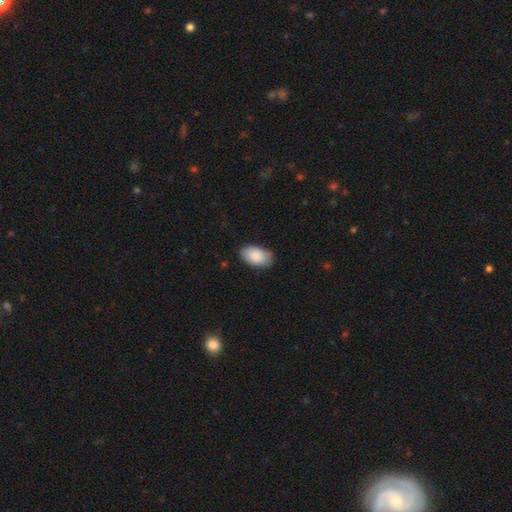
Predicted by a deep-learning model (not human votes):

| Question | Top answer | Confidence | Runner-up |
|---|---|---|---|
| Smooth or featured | smooth | 90% | star or artifact (6%) |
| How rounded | in between | 95% | round (4%) |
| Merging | none | 83% | minor disturbance (13%) |